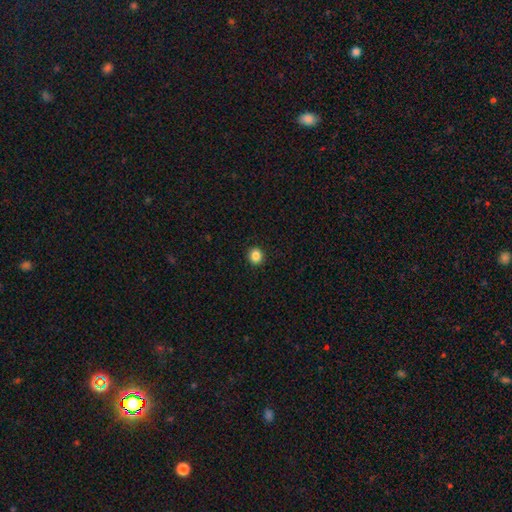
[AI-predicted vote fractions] smooth 86%, star or artifact 10%, featured or disk 3%. Down the decision tree: how rounded — round (87%); merging — none (93%).